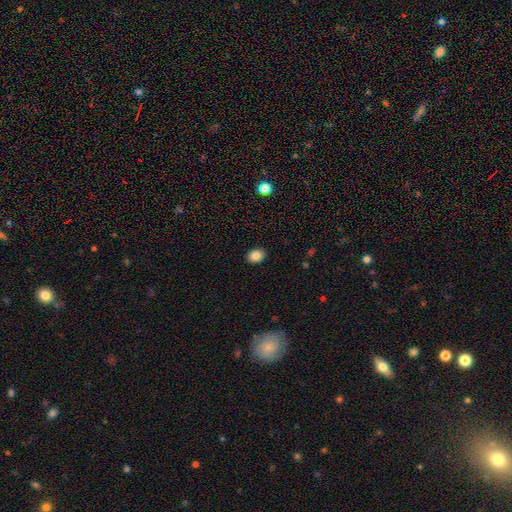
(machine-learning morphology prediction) Smooth or featured? Predicted: smooth (p=0.85). How rounded? Predicted: in between (p=0.67). Merging? Predicted: none (p=0.90).